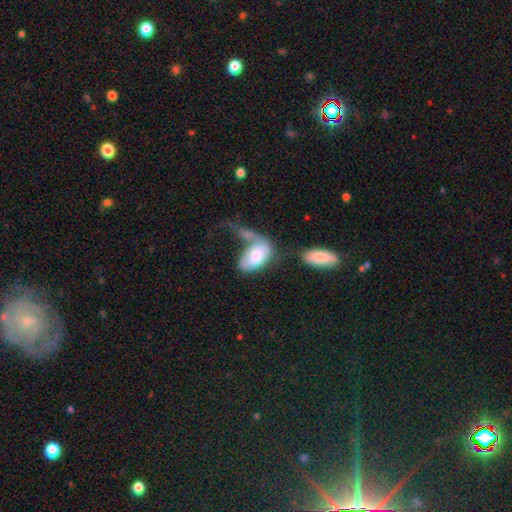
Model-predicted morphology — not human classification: A smooth galaxy with no disk features (68%) that is in between round and cigar-shaped (92%).

Vote fractions:
- Smooth or featured? smooth: 68% / featured or disk: 26% / star or artifact: 6%
- How rounded? in between: 92% / round: 6% / cigar-shaped: 2%
- Merging? merger: 38% / major disturbance: 29% / none: 20% / minor disturbance: 13%